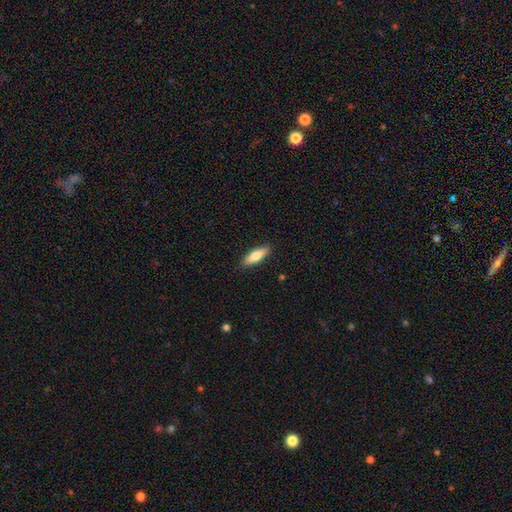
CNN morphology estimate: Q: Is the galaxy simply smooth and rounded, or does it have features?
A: smooth — 69%.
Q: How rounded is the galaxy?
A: cigar-shaped — 51%.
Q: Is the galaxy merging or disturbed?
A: none — 89%.